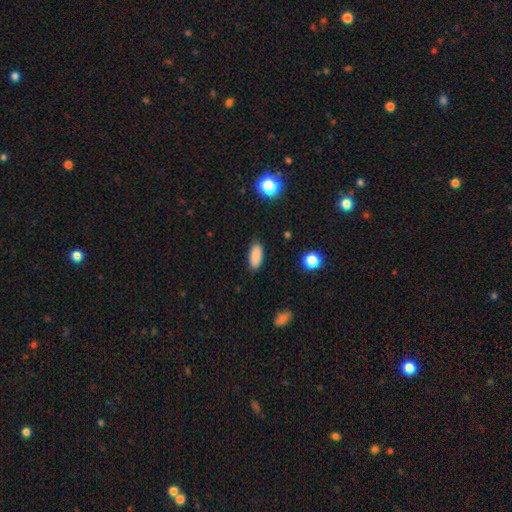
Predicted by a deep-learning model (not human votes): Smooth or featured? Predicted: smooth (p=0.87). How rounded? Predicted: in between (p=0.84). Merging? Predicted: none (p=0.86).